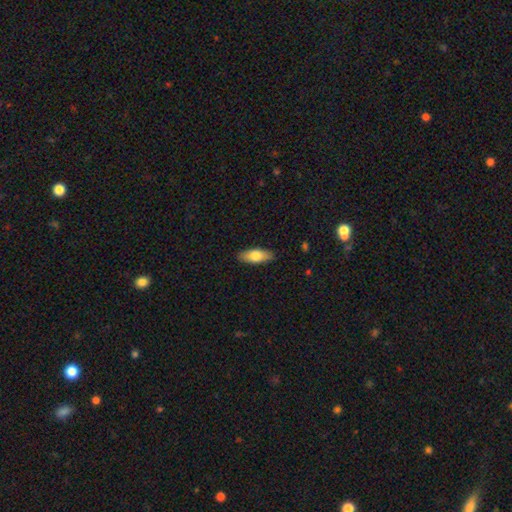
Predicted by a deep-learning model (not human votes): Smooth or featured: smooth — 71% (featured or disk — 23%)
How rounded: in between — 74% (cigar-shaped — 23%)
Merging: none — 89% (minor disturbance — 9%)